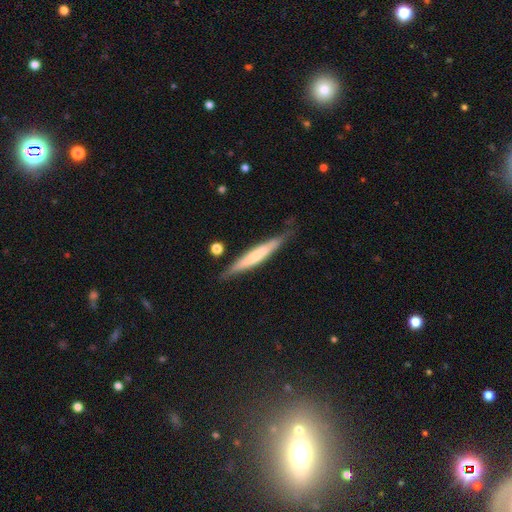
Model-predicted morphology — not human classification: Smooth or featured?
  - smooth: 51% *
  - featured or disk: 43%
  - star or artifact: 6%
How rounded?
  - cigar-shaped: 93% *
  - in between: 6%
  - round: 1%
Merging?
  - none: 78% *
  - minor disturbance: 17%
  - major disturbance: 3%
  - merger: 2%